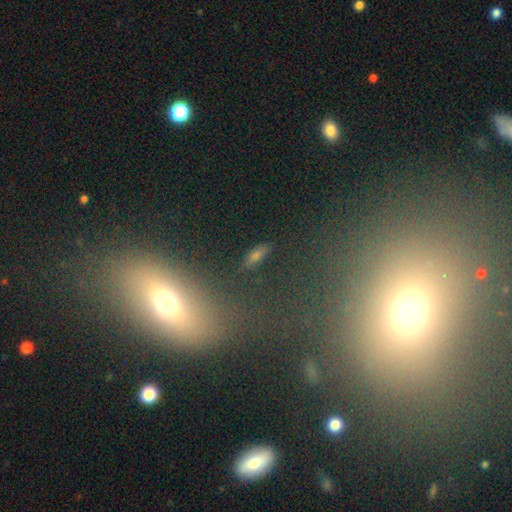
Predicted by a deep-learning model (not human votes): A smooth galaxy with no disk features (53%) that is in between round and cigar-shaped (61%). Merging: none (70%).